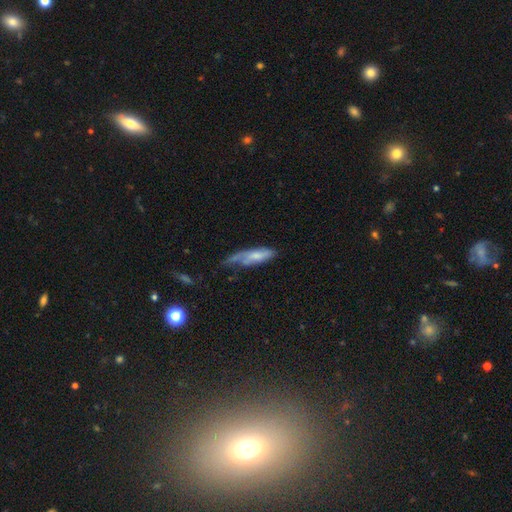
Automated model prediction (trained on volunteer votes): A smooth galaxy with no disk features (52%) that is cigar-shaped (59%). Merging: none (35%).